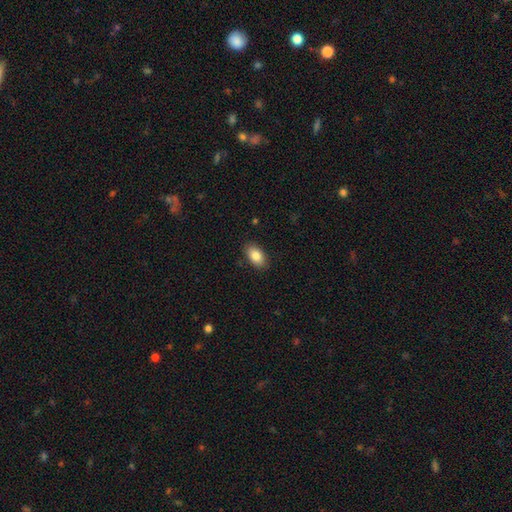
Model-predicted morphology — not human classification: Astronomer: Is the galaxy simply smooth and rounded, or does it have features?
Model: smooth — 86%.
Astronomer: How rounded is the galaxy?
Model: in between — 93%.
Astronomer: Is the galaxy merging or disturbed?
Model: none — 87%.